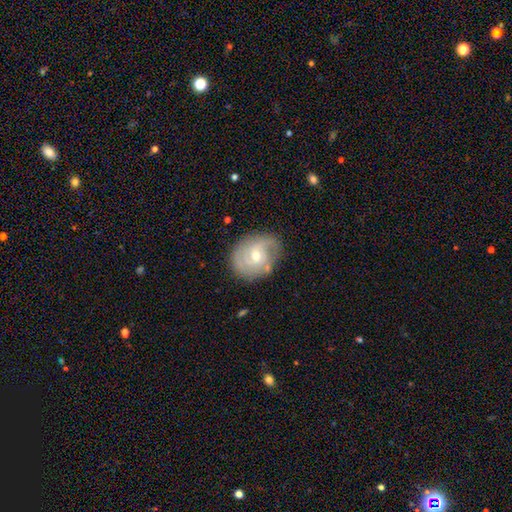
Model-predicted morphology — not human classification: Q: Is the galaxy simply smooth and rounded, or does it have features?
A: featured or disk — 74%.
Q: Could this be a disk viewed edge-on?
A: no — 97%.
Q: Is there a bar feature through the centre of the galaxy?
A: no — 60%.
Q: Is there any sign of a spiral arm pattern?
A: yes — 89%.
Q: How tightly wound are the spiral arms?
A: tight — 45%.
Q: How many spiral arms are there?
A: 2 — 53%.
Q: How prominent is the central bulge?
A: small — 50%.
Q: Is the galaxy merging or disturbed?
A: none — 73%.